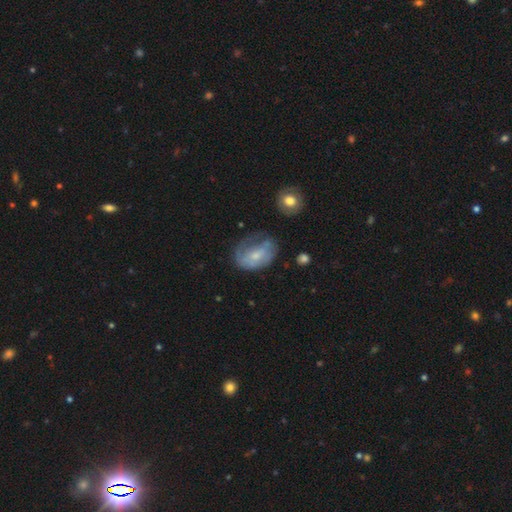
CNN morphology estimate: Q: Smooth or featured?
A: featured or disk (46%); tied with: smooth (46%)
Q: Merging?
A: none (37%); runner-up: minor disturbance (31%)